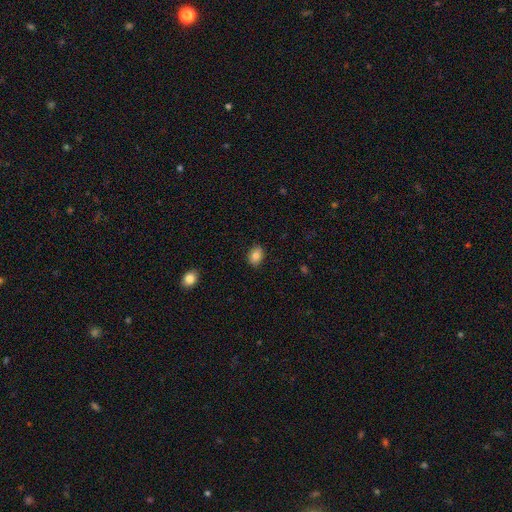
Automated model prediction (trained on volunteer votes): The model was most divided on "how rounded": in between: 71%, round: 28%, cigar-shaped: 1%. More confident: merging — none (87%); smooth or featured — smooth (84%).